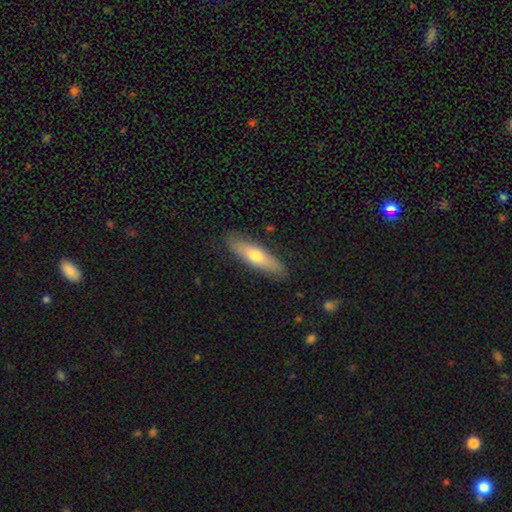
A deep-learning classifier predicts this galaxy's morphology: Smooth or featured? Predicted: smooth (p=0.61). How rounded? Predicted: cigar-shaped (p=0.67). Merging? Predicted: none (p=0.87).